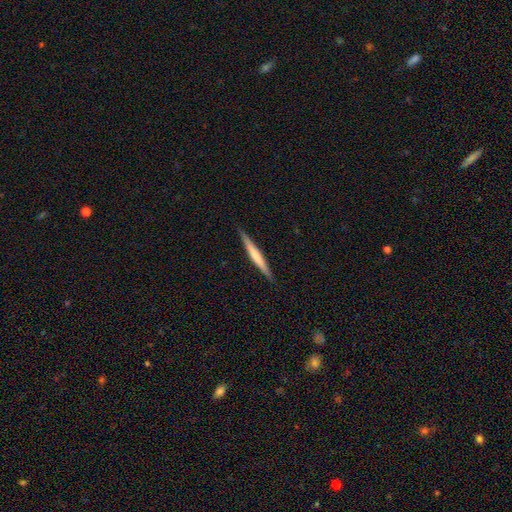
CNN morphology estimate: The model was most divided on "smooth or featured": smooth: 48%, featured or disk: 47%, star or artifact: 5%. More confident: merging — none (90%).